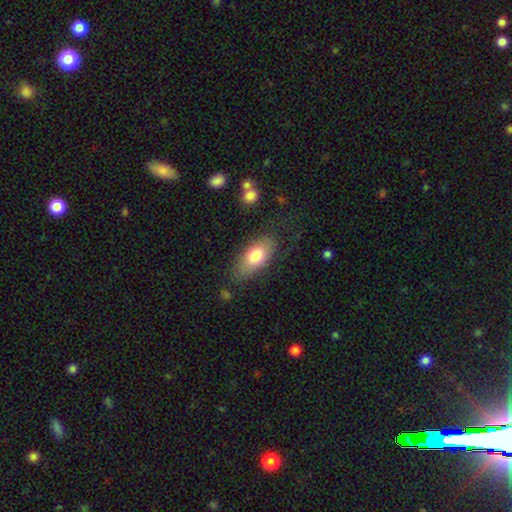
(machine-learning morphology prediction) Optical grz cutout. It shows a smooth galaxy with no disk features (76%) that is in between round and cigar-shaped (88%). Merging: none (74%).